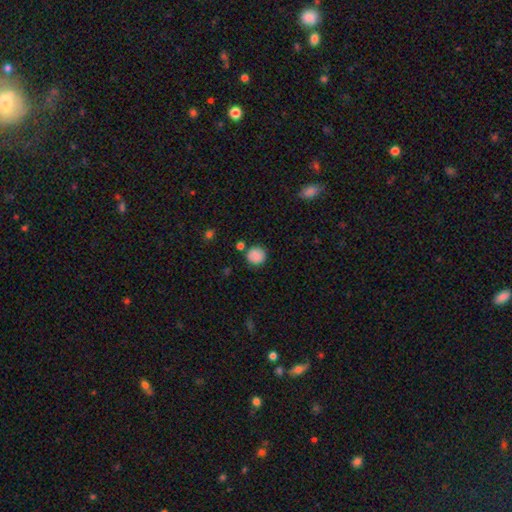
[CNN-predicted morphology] A smooth galaxy with no disk features (86%) that is round (91%).

Vote fractions:
- Smooth or featured? smooth: 86% / star or artifact: 9% / featured or disk: 5%
- How rounded? round: 91% / in between: 8% / cigar-shaped: 1%
- Merging? none: 80% / minor disturbance: 11% / merger: 6% / major disturbance: 3%